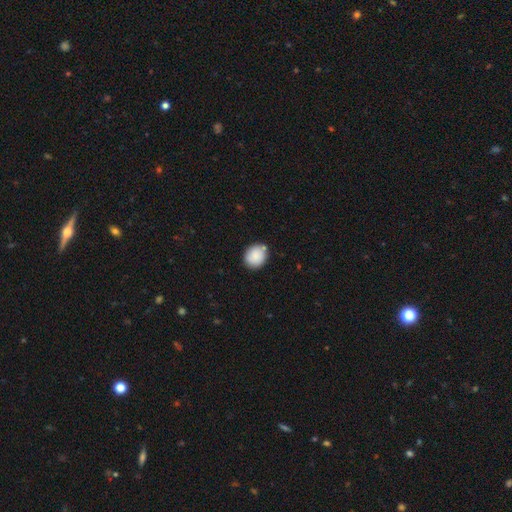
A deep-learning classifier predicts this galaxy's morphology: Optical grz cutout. It shows a smooth galaxy with no disk features (88%) that is round (69%). Merging: none (79%).